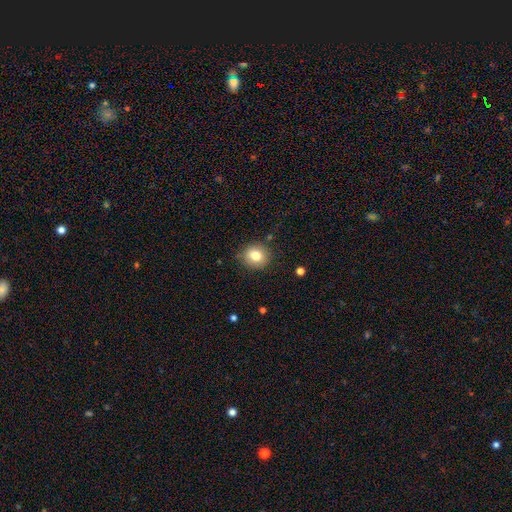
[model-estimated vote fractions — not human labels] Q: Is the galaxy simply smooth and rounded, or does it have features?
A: smooth — 81%.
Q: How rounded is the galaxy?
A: round — 81%.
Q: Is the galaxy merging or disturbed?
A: none — 86%.